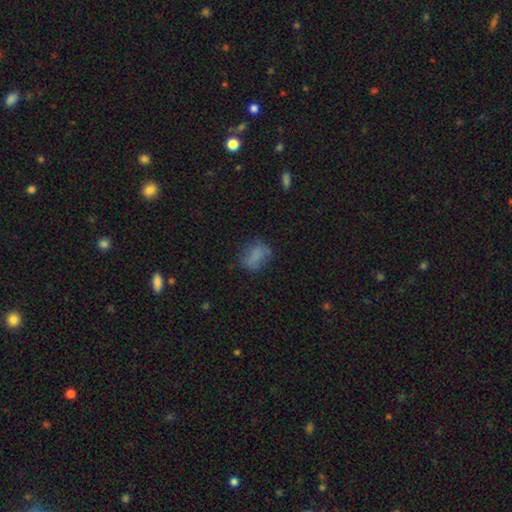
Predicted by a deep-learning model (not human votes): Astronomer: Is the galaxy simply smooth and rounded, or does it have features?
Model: smooth — 74%.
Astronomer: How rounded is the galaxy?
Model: in between — 75%.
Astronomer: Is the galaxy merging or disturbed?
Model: none — 61%.